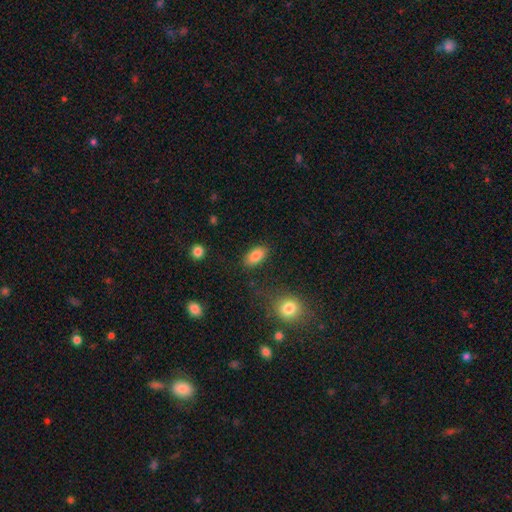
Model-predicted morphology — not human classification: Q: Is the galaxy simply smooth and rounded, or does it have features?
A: smooth — 85%.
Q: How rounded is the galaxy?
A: in between — 92%.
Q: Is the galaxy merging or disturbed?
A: none — 85%.